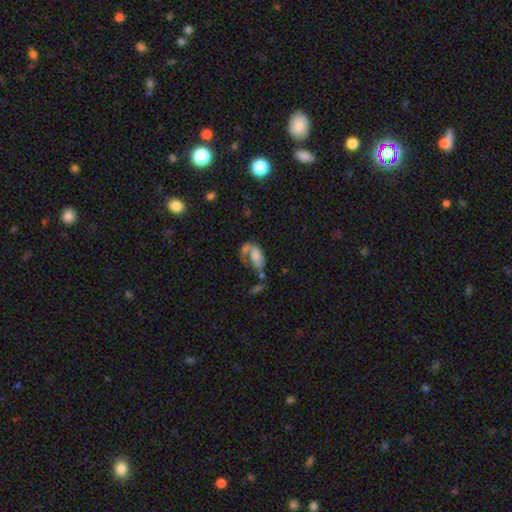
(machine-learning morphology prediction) Smooth or featured? Predicted: smooth (p=0.60). How rounded? Predicted: in between (p=0.91). Merging? Predicted: merger (p=0.36).